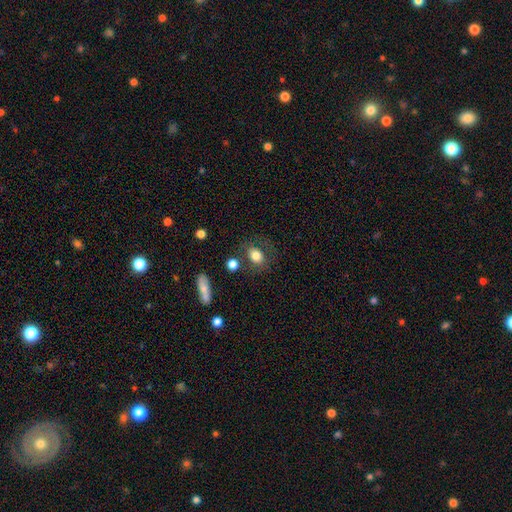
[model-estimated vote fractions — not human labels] This is likely a smooth galaxy (78%). How rounded: possibly in between (52%). Merging: likely none (70%).